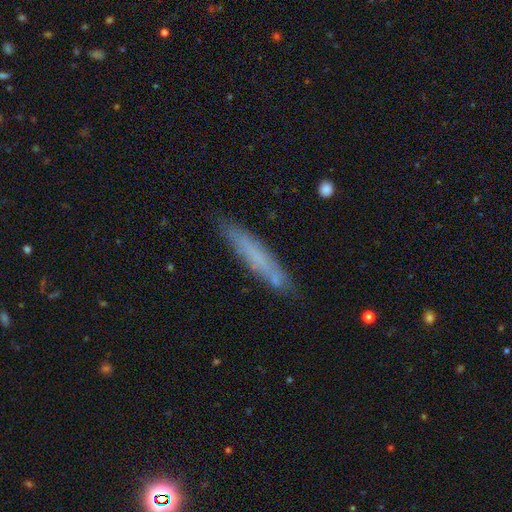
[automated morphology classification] type=smooth (61%); roundness=cigar-shaped (93%); merging=none (81%).